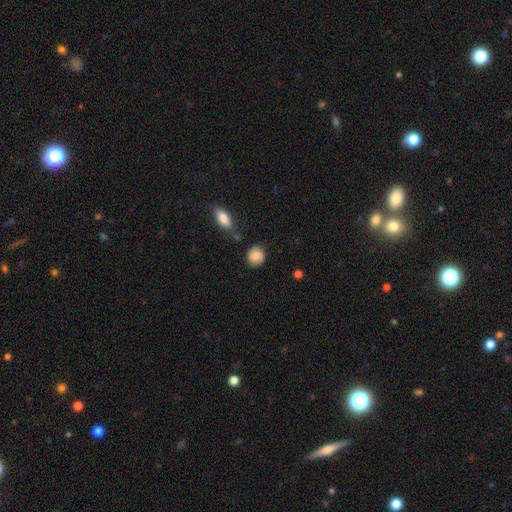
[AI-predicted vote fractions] smooth-or-featured: smooth: 72% | featured or disk: 21% | star or artifact: 8%
  how-rounded: round: 72% | in between: 27% | cigar-shaped: 2%
  merging: none: 75% | minor disturbance: 16% | merger: 5% | major disturbance: 4%